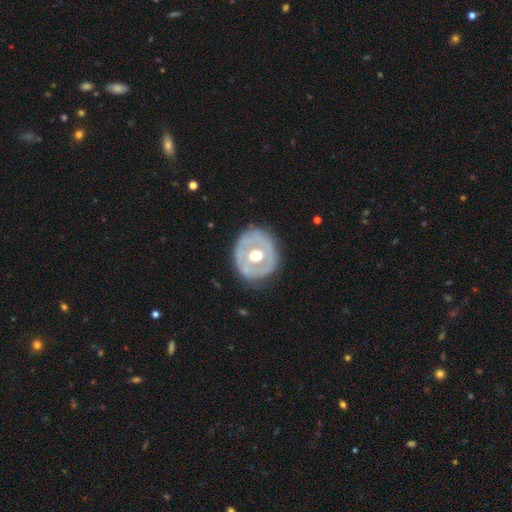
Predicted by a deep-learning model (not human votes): Overall: featured or disk (61%; smooth 33%). Edge-on disk: no (95%). Bar: no (84%). Spiral arms: no (84%). Bulge size: moderate (72%). Merging: none (75%).